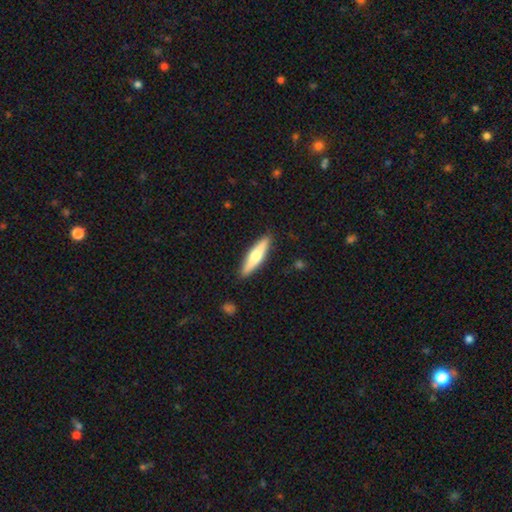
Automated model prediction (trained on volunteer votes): Smooth or featured?
  - smooth: 57% *
  - featured or disk: 38%
  - star or artifact: 5%
How rounded?
  - cigar-shaped: 78% *
  - in between: 21%
  - round: 2%
Merging?
  - none: 89% *
  - minor disturbance: 8%
  - major disturbance: 2%
  - merger: 1%